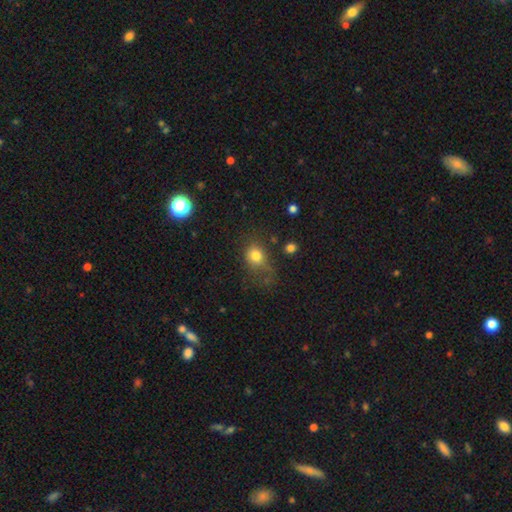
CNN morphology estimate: Overall: smooth (79%). How rounded: round (61%; in between 38%). Merging: none (48%; minor disturbance 26%).